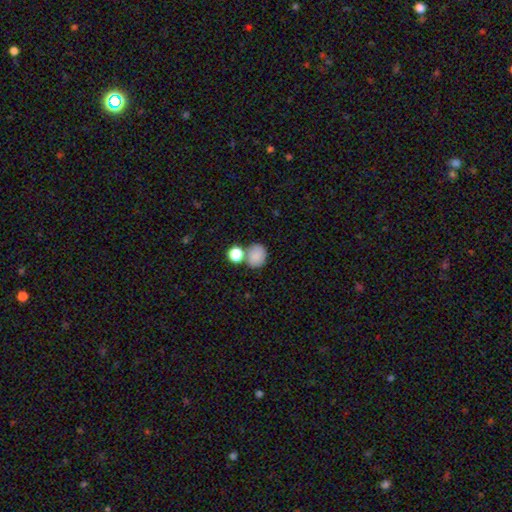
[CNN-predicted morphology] Smooth or featured?
  - smooth: 85% *
  - star or artifact: 10%
  - featured or disk: 6%
How rounded?
  - round: 64% *
  - in between: 35%
  - cigar-shaped: 1%
Merging?
  - none: 59% *
  - merger: 26%
  - minor disturbance: 11%
  - major disturbance: 4%